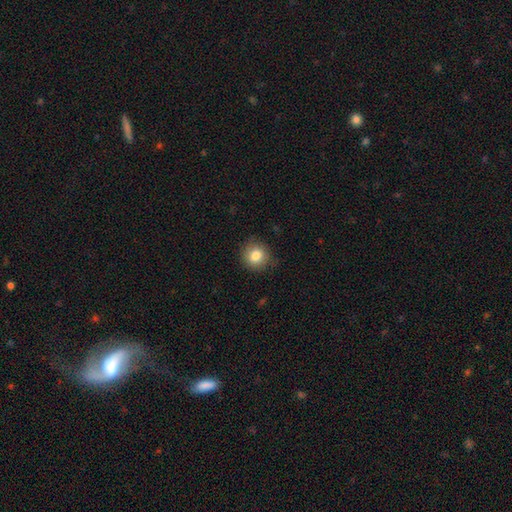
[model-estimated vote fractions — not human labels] Smooth or featured?
  - smooth: 83% *
  - star or artifact: 10%
  - featured or disk: 7%
How rounded?
  - round: 91% *
  - in between: 8%
  - cigar-shaped: 1%
Merging?
  - none: 86% *
  - minor disturbance: 10%
  - major disturbance: 2%
  - merger: 1%